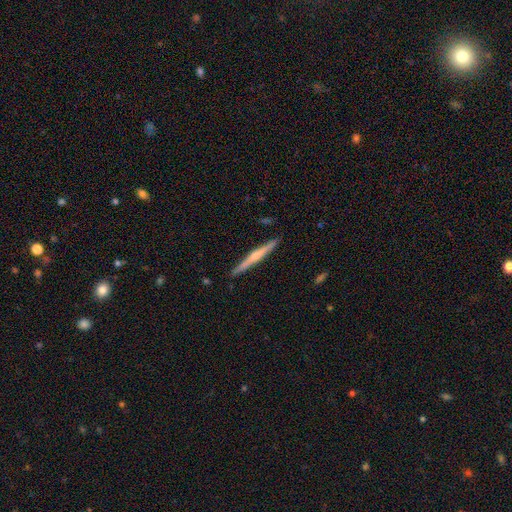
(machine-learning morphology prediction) Overall: featured or disk (65%; smooth 30%). Edge-on disk: yes (98%). Edge-on bulge: rounded (72%). Merging: none (91%).